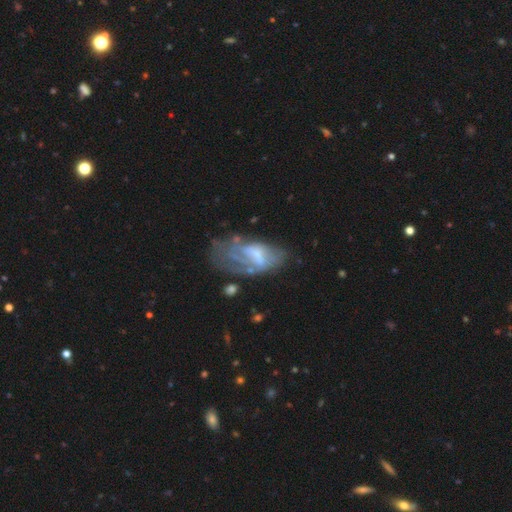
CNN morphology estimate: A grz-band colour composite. It shows a featured or disk galaxy (63%) with no bar (45%), no spiral arms (50%, tied with yes) and a small central bulge (34%, tied with none). Merging: major disturbance (34%).